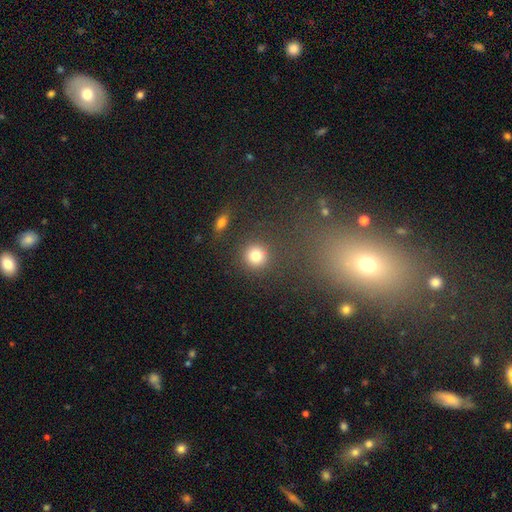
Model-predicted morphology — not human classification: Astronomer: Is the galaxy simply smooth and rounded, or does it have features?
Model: smooth — 81%.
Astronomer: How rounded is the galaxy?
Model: round — 92%.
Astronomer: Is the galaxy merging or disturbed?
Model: none — 85%.